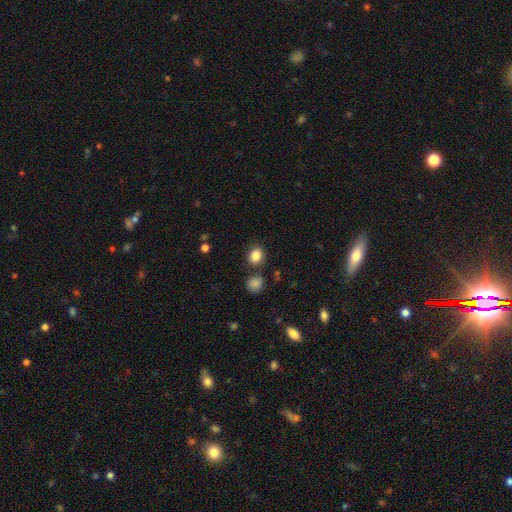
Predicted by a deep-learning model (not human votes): A smooth galaxy with no disk features (85%) that is round (54%).

Vote fractions:
- Smooth or featured? smooth: 85% / star or artifact: 10% / featured or disk: 4%
- How rounded? round: 54% / in between: 45% / cigar-shaped: 1%
- Merging? none: 77% / minor disturbance: 12% / merger: 8% / major disturbance: 3%